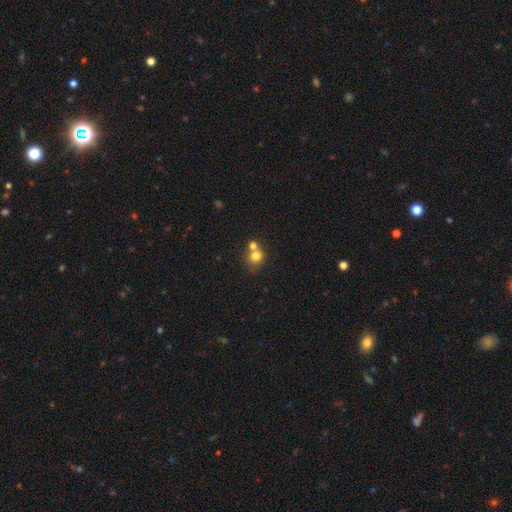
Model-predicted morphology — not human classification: Smooth or featured? Predicted: smooth (p=0.76). How rounded? Predicted: round (p=0.82). Merging? Predicted: merger (p=0.47).